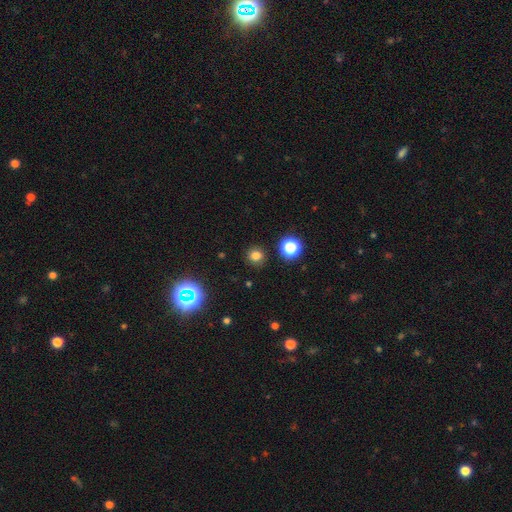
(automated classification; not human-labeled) A smooth galaxy with no disk features (76%) that is round (89%). Merging: none (89%).